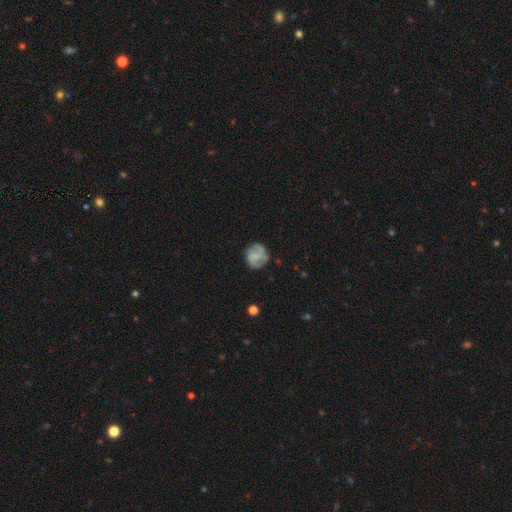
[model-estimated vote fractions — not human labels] Morphology: type=featured or disk (53%); edge-on=no (97%); bar=no (53%); spiral arms=yes (74%); bulge=small (40%); merging=none (71%).